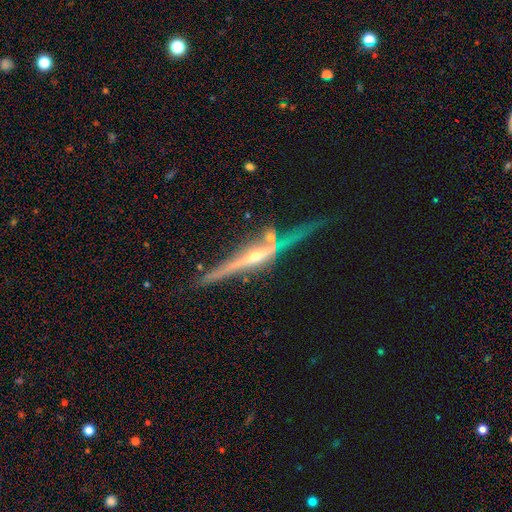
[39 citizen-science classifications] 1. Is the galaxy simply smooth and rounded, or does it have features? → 85% featured or disk, 13% smooth, 3% star or artifact.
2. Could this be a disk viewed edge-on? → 100% yes, 0% no.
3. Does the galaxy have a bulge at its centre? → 94% rounded, 6% none, 0% boxy.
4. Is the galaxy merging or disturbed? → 84% none, 8% minor disturbance, 8% merger, 0% major disturbance.